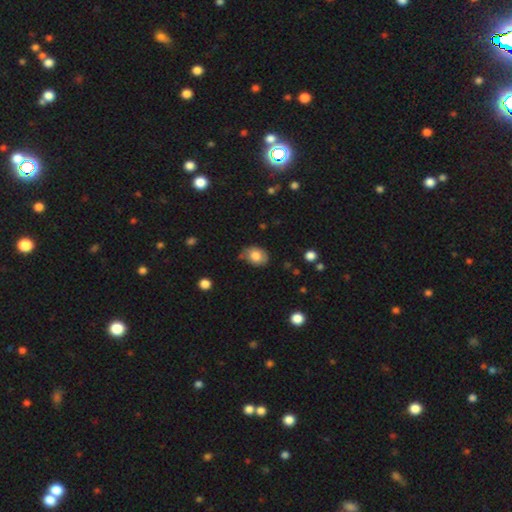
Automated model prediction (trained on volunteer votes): This appears to be a smooth galaxy with no disk features (78%) that is in between round and cigar-shaped (72%). Merging: none (66%).